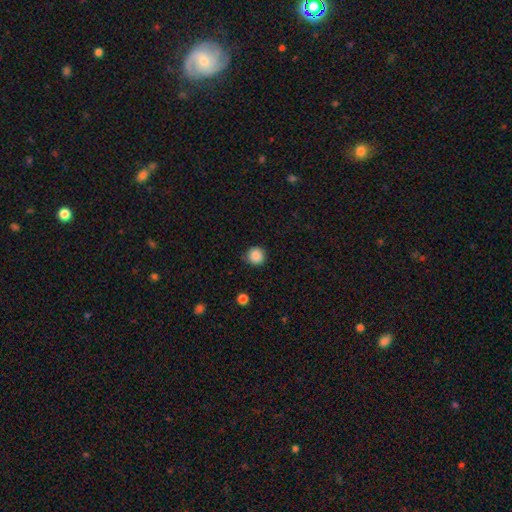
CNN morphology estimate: This appears to be a smooth galaxy with no disk features (87%) that is round (95%). Merging: none (88%).